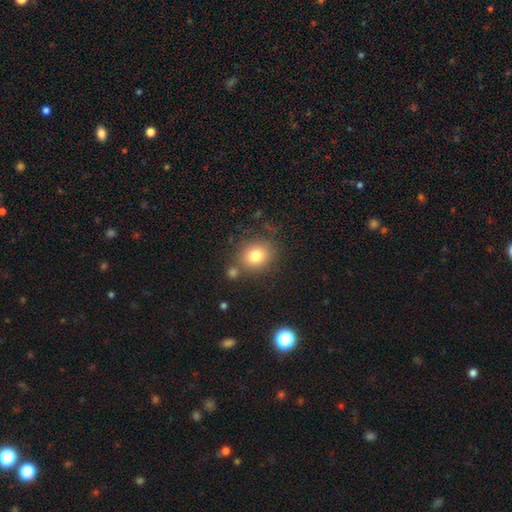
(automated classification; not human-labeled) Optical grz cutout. It shows a smooth galaxy with no disk features (80%) that is round (72%). Merging: none (72%).